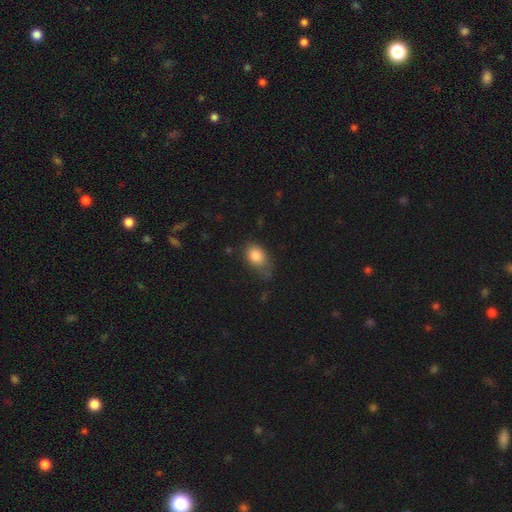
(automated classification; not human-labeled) A smooth galaxy with no disk features (84%) that is in between round and cigar-shaped (80%).

Vote fractions:
- Smooth or featured? smooth: 84% / star or artifact: 8% / featured or disk: 8%
- How rounded? in between: 80% / round: 18% / cigar-shaped: 2%
- Merging? none: 48% / minor disturbance: 36% / major disturbance: 13% / merger: 3%